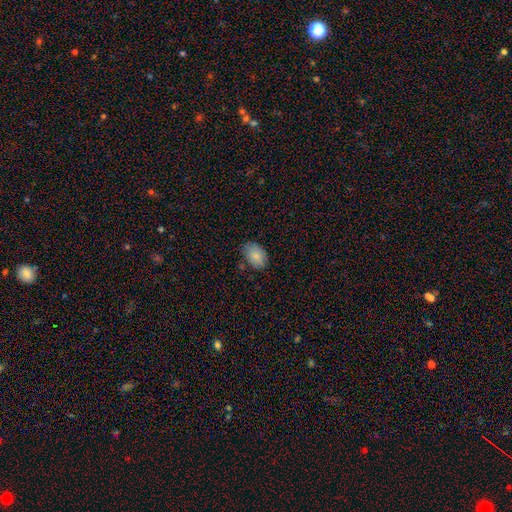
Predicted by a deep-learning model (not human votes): This is clearly a smooth galaxy (84%). How rounded: clearly in between (87%). Merging: likely none (76%).